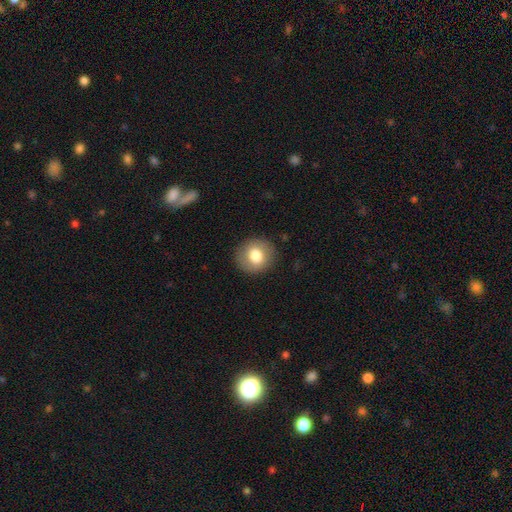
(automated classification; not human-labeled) Morphology: type=smooth (78%); roundness=round (86%); merging=none (89%).